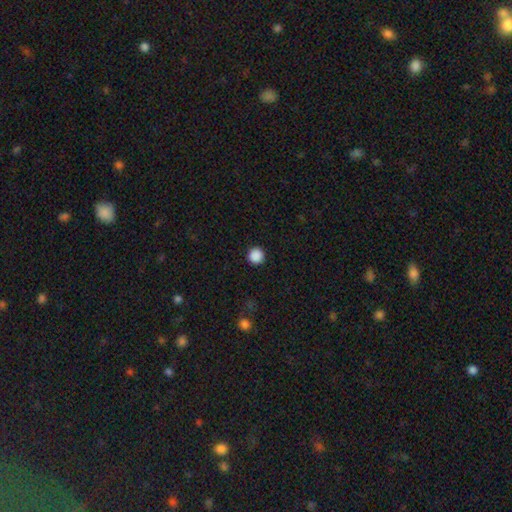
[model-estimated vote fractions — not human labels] Overall: smooth (88%). How rounded: round (96%). Merging: none (93%).